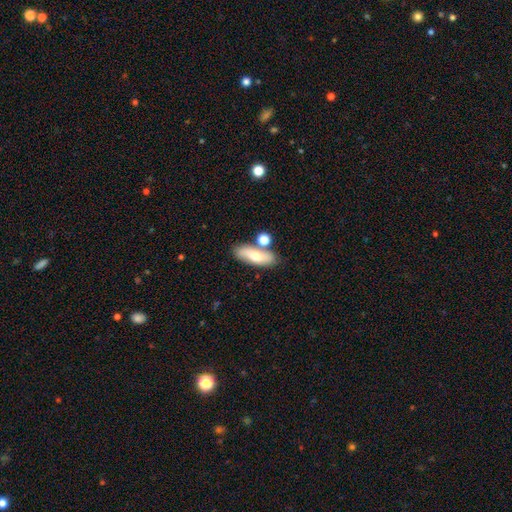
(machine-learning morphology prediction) type=smooth (65%); roundness=in between (65%); merging=none (67%).